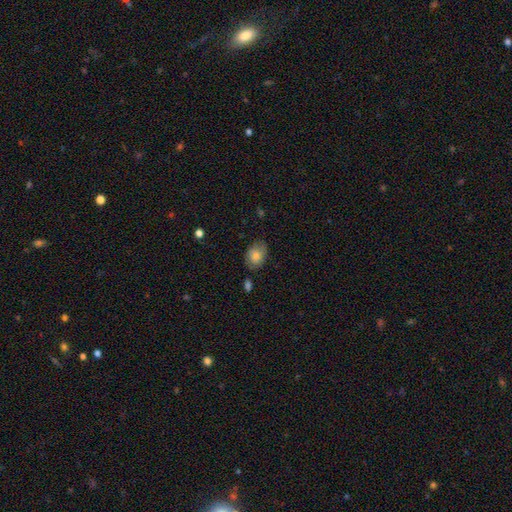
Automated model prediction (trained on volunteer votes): This is likely a smooth galaxy (79%). How rounded: likely in between (75%). Merging: likely none (73%).